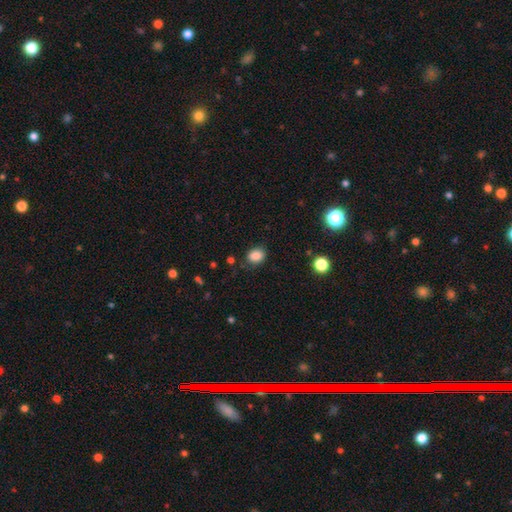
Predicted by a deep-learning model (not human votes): Overall: smooth (86%). How rounded: in between (55%; round 44%). Merging: none (79%).